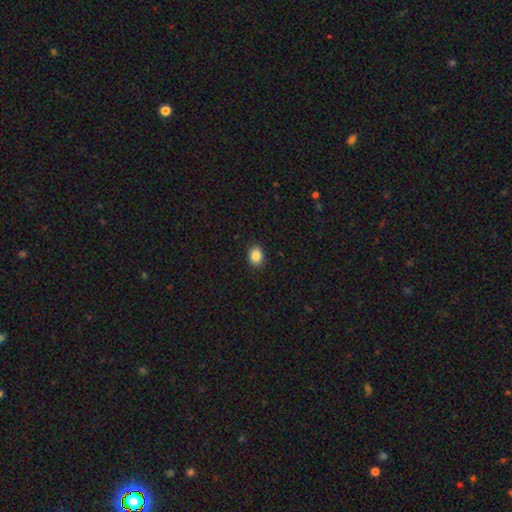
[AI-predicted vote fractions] smooth 88%, star or artifact 9%, featured or disk 3%. Down the decision tree: how rounded — in between (64%); merging — none (89%).